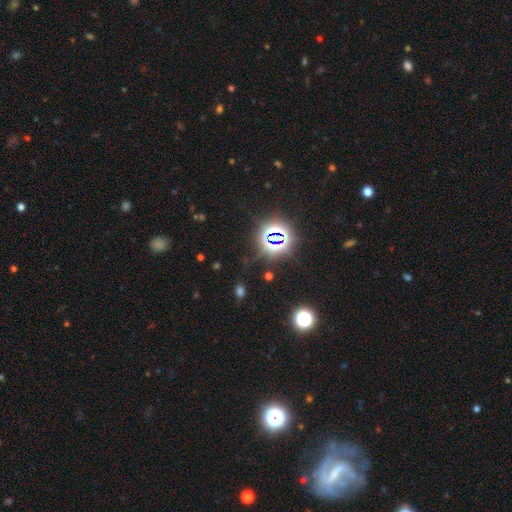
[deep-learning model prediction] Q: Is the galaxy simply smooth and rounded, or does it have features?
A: star or artifact — 79%.